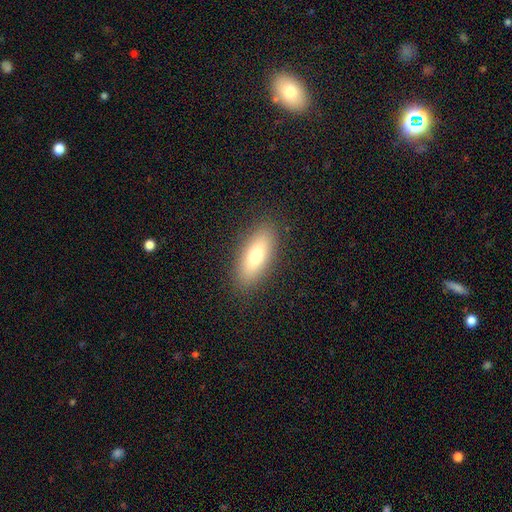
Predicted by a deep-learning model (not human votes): Overall: smooth (70%). How rounded: in between (68%; cigar-shaped 29%). Merging: none (89%).